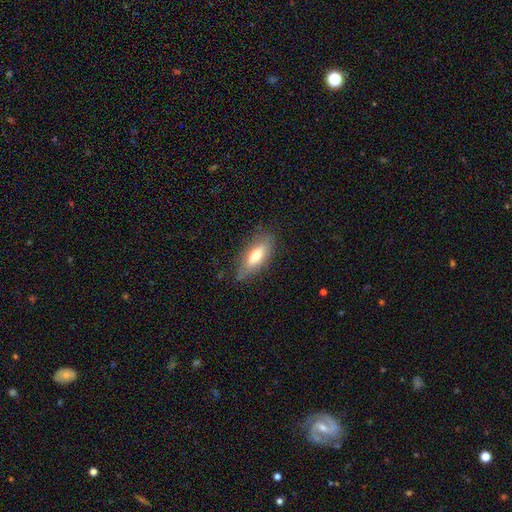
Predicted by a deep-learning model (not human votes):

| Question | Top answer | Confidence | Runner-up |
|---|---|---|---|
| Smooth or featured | smooth | 65% | featured or disk (28%) |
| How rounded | in between | 68% | cigar-shaped (29%) |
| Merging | none | 75% | minor disturbance (19%) |